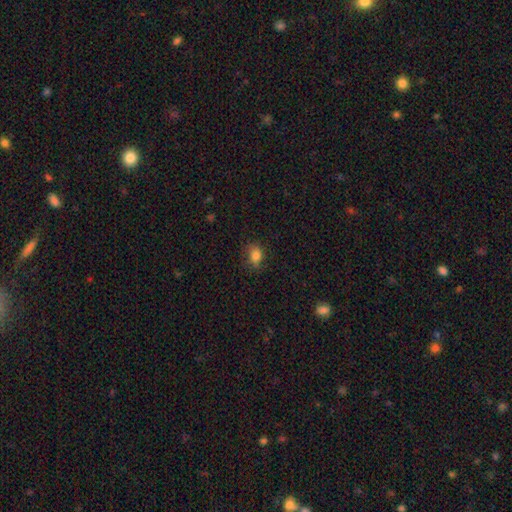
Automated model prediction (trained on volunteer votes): A smooth galaxy with no disk features (81%) that is in between round and cigar-shaped (56%).

Vote fractions:
- Smooth or featured? smooth: 81% / star or artifact: 11% / featured or disk: 7%
- How rounded? in between: 56% / round: 43% / cigar-shaped: 1%
- Merging? none: 73% / minor disturbance: 20% / major disturbance: 6% / merger: 1%